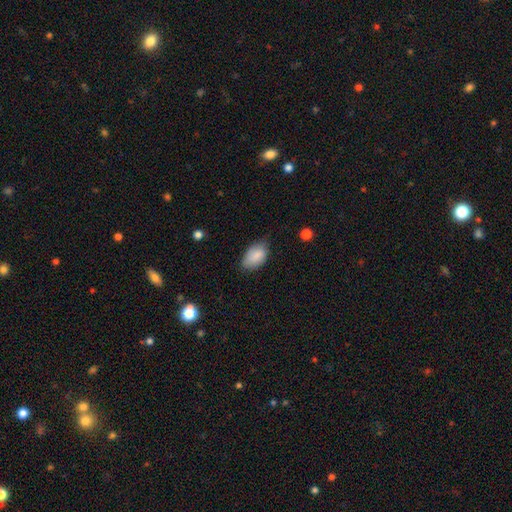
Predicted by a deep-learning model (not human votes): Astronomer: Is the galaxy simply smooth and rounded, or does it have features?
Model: smooth — 87%.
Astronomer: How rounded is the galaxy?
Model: in between — 93%.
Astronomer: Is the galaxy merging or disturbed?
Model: none — 67%.